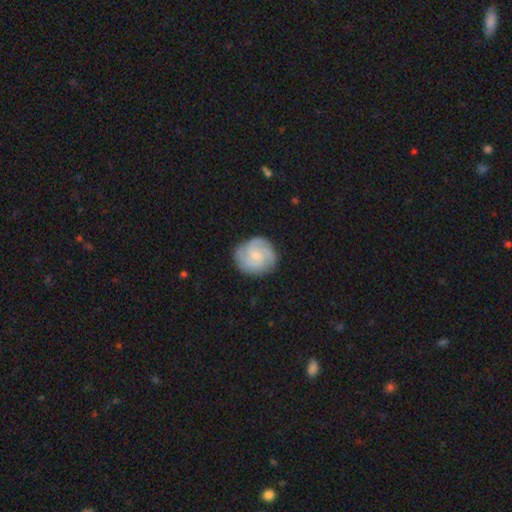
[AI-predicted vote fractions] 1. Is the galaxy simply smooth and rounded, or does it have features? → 75% featured or disk, 19% smooth, 5% star or artifact.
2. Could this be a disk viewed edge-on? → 98% no, 2% yes.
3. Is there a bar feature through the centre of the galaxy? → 53% no, 42% weak, 5% strong.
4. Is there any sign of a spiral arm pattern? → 96% yes, 4% no.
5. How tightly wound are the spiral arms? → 54% tight, 39% medium, 7% loose.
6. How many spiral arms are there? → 40% 3, 27% 2, 16% can't tell, 8% 4, 4% 1, 4% more than 4.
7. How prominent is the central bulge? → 66% small, 25% moderate, 7% none, 1% large, 1% dominant.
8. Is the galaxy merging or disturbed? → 81% none, 14% minor disturbance, 4% major disturbance, 1% merger.